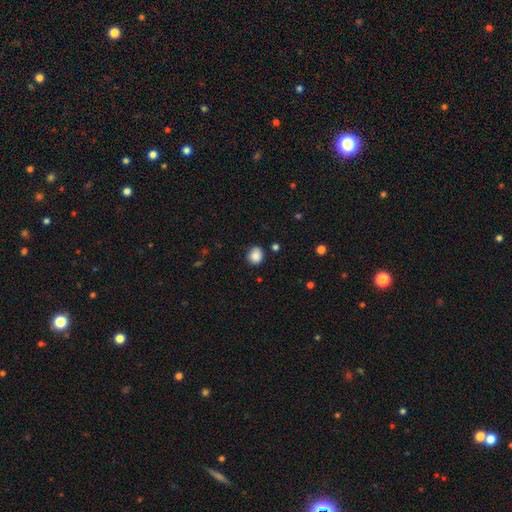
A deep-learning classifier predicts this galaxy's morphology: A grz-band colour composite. It shows a smooth galaxy with no disk features (86%) that is round (80%). Merging: none (78%).